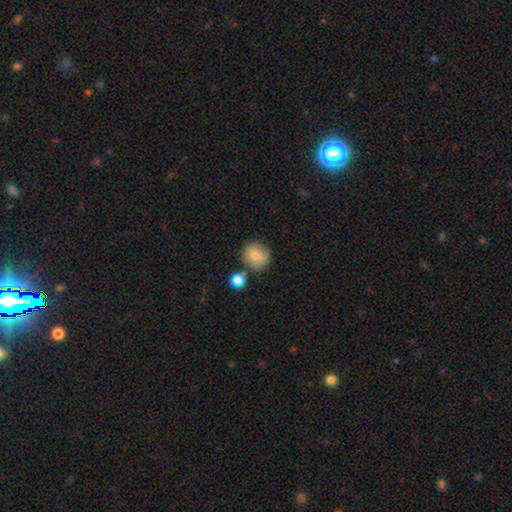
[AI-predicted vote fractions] Smooth or featured? Predicted: smooth (p=0.77). How rounded? Predicted: round (p=0.89). Merging? Predicted: none (p=0.69).